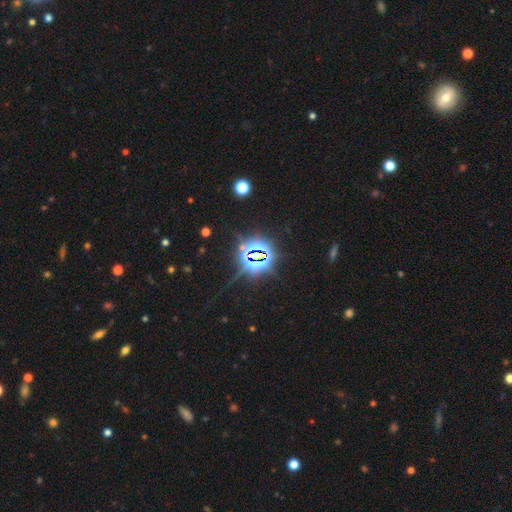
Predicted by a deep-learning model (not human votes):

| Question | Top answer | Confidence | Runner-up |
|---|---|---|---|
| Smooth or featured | star or artifact | 83% | smooth (10%) |